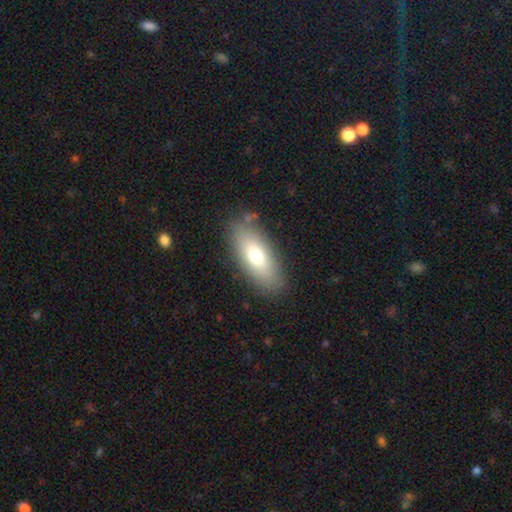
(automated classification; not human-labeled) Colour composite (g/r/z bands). It shows a smooth galaxy with no disk features (71%) that is in between round and cigar-shaped (79%). Merging: none (84%).